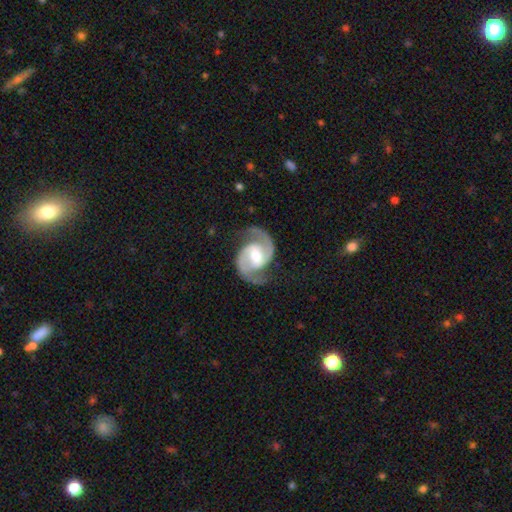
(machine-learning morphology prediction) This appears to be a featured or disk galaxy (93%) with a weak bar (49%), 2 (95%) medium (63%) spiral arms (98%) and a moderate central bulge (68%). Merging: none (80%).